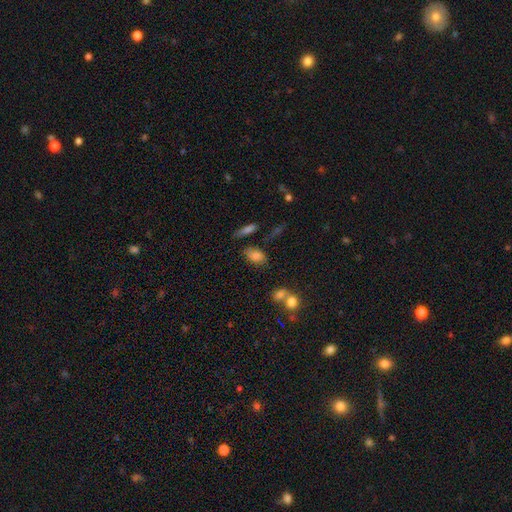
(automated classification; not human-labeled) This appears to be a smooth galaxy with no disk features (77%) that is in between round and cigar-shaped (83%). Merging: none (65%).